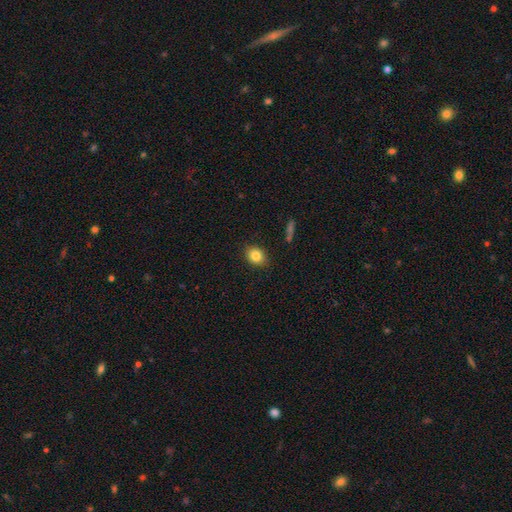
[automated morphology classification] Smooth or featured?
  - smooth: 84% *
  - star or artifact: 10%
  - featured or disk: 7%
How rounded?
  - round: 51% *
  - in between: 48%
  - cigar-shaped: 1%
Merging?
  - none: 87% *
  - minor disturbance: 9%
  - major disturbance: 2%
  - merger: 1%